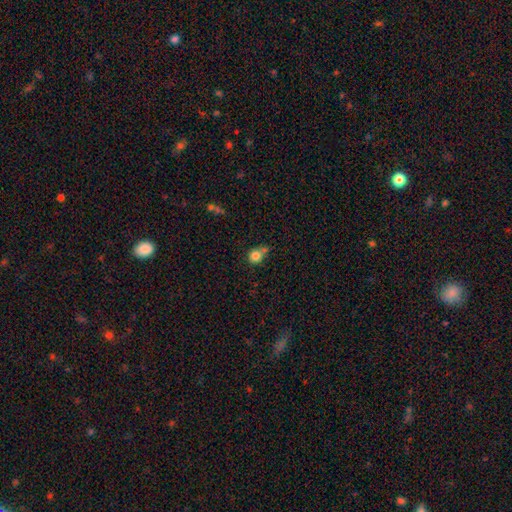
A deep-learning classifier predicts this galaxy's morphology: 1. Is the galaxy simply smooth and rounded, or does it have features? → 80% smooth, 11% star or artifact, 9% featured or disk.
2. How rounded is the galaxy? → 80% round, 19% in between, 1% cigar-shaped.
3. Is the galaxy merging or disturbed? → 44% none, 32% merger, 17% minor disturbance, 7% major disturbance.